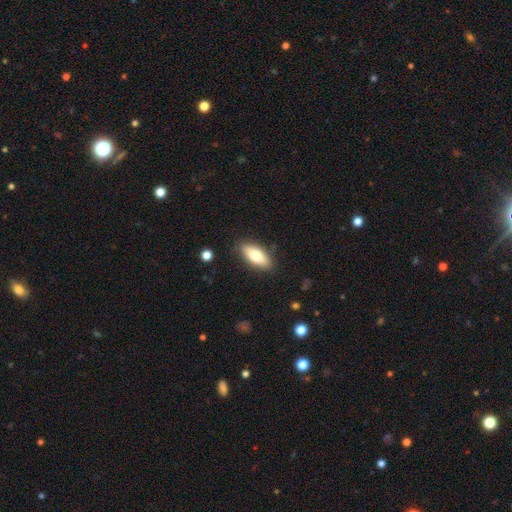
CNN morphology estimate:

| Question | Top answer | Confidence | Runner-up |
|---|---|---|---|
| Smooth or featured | smooth | 74% | featured or disk (19%) |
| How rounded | in between | 82% | cigar-shaped (16%) |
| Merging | none | 85% | minor disturbance (11%) |